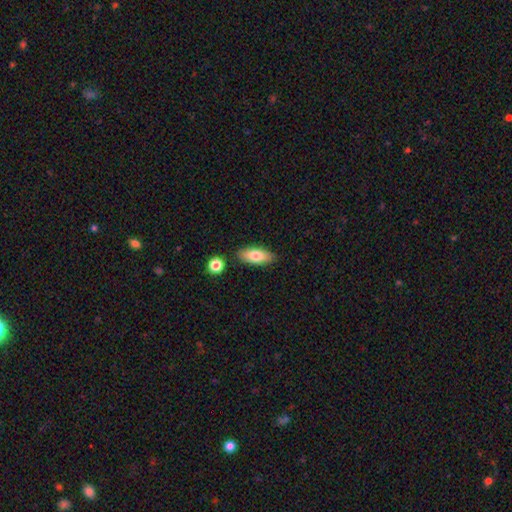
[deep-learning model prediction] smooth 78%, featured or disk 15%, star or artifact 7%. Down the decision tree: how rounded — in between (80%); merging — none (85%).